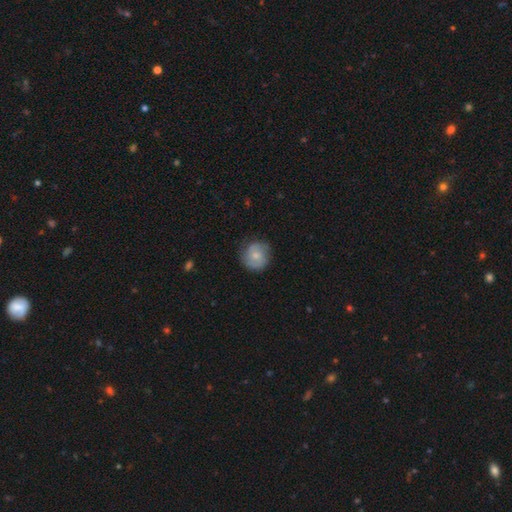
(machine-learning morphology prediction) Overall: smooth (54%; featured or disk 40%). How rounded: round (89%). Merging: none (76%).